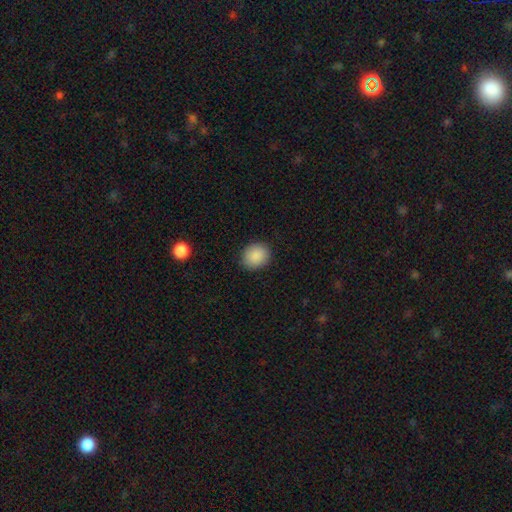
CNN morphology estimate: smooth 89%, star or artifact 8%, featured or disk 3%. Down the decision tree: how rounded — round (67%); merging — none (88%).